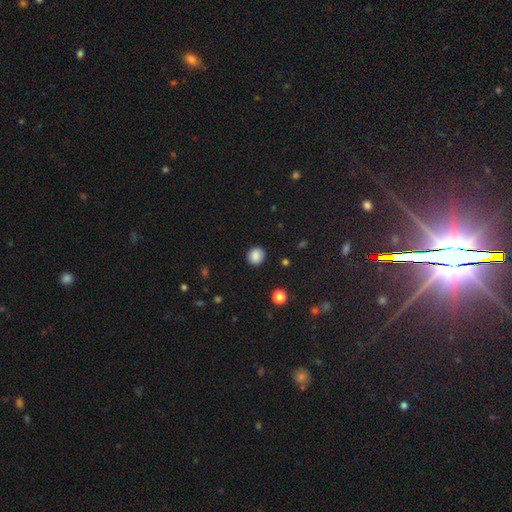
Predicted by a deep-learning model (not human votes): smooth-or-featured: smooth: 87% | star or artifact: 10% | featured or disk: 3%
  how-rounded: round: 84% | in between: 15% | cigar-shaped: 1%
  merging: none: 90% | minor disturbance: 6% | major disturbance: 2% | merger: 1%